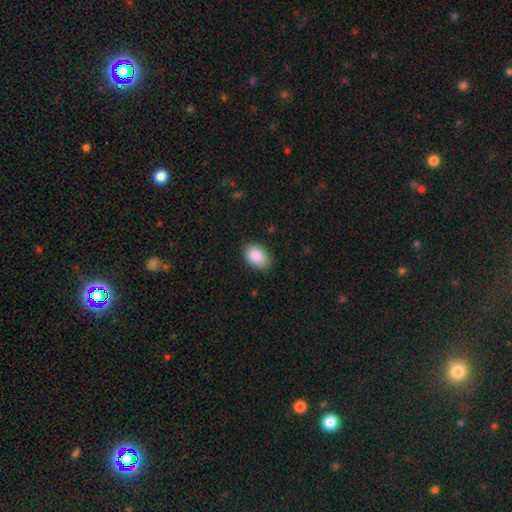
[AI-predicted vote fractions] Smooth or featured? Predicted: smooth (p=0.88). How rounded? Predicted: in between (p=0.89). Merging? Predicted: none (p=0.84).